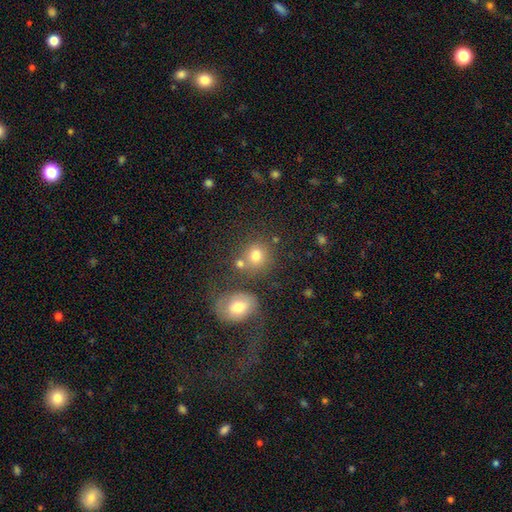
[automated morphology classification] smooth-or-featured: smooth: 74% | star or artifact: 13% | featured or disk: 13%
  how-rounded: round: 73% | in between: 26% | cigar-shaped: 1%
  merging: none: 55% | merger: 25% | minor disturbance: 12% | major disturbance: 7%